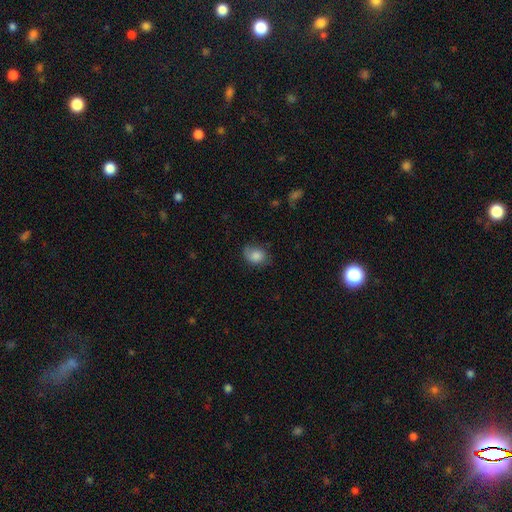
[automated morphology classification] Overall: smooth (82%). How rounded: in between (63%; round 36%). Merging: none (59%; minor disturbance 30%).